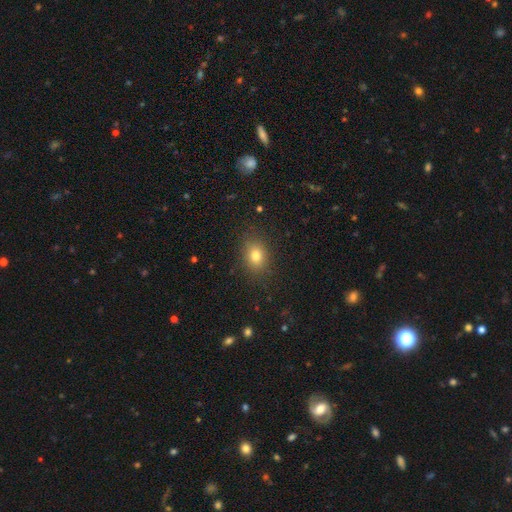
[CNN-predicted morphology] smooth-or-featured: smooth: 80% | star or artifact: 13% | featured or disk: 8%
  how-rounded: in between: 57% | round: 42% | cigar-shaped: 1%
  merging: none: 85% | minor disturbance: 11% | major disturbance: 3% | merger: 1%